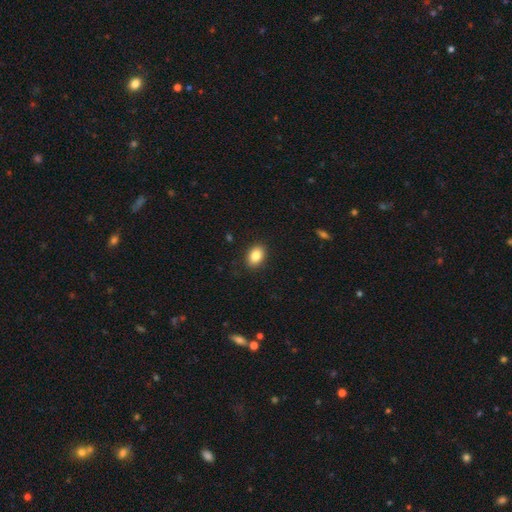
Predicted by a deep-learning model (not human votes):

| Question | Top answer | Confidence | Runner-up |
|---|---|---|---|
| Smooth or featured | smooth | 86% | star or artifact (8%) |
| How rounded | in between | 79% | round (19%) |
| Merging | none | 89% | minor disturbance (8%) |